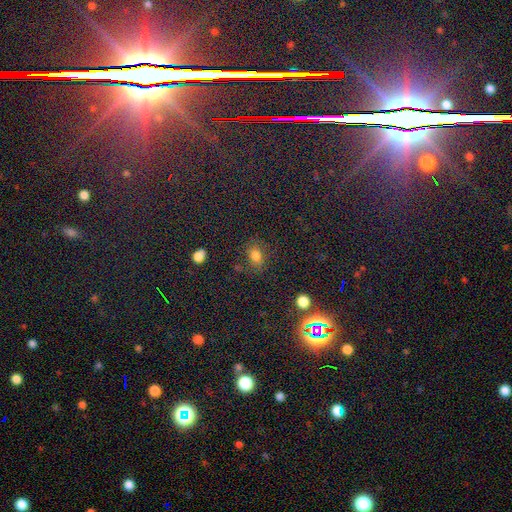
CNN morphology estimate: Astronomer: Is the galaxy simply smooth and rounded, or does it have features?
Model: smooth — 76%.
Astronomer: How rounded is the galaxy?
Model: in between — 56% (runner-up: round, 42%).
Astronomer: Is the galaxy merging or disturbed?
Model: none — 75%.